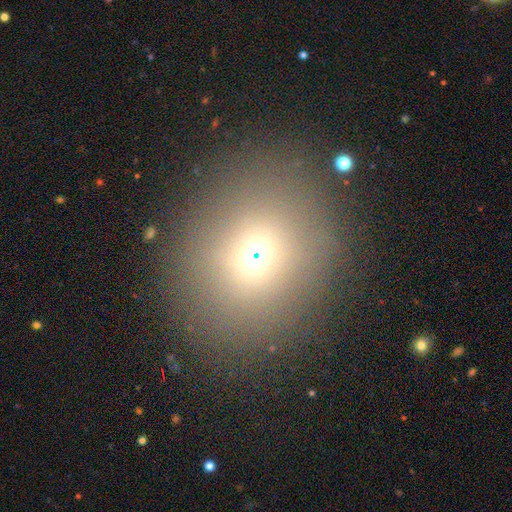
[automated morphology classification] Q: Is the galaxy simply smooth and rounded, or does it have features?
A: smooth — 66%.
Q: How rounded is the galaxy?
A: round — 75%.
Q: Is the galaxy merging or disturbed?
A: none — 82%.